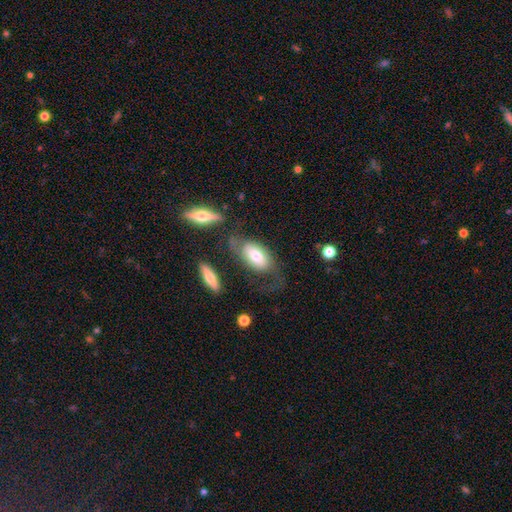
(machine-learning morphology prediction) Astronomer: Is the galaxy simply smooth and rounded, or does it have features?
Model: smooth — 53% (runner-up: featured or disk, 40%).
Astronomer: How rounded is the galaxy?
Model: in between — 90%.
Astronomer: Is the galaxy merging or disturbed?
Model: none — 42% (runner-up: major disturbance, 28%).